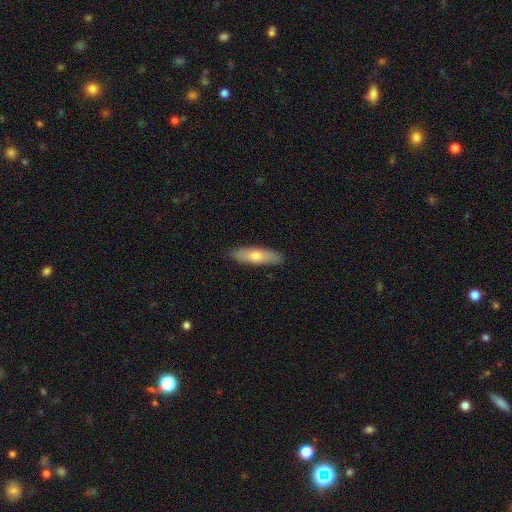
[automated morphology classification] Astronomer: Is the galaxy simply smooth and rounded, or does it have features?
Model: smooth — 68%.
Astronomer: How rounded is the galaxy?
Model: cigar-shaped — 56% (runner-up: in between, 43%).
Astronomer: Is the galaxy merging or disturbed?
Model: none — 88%.